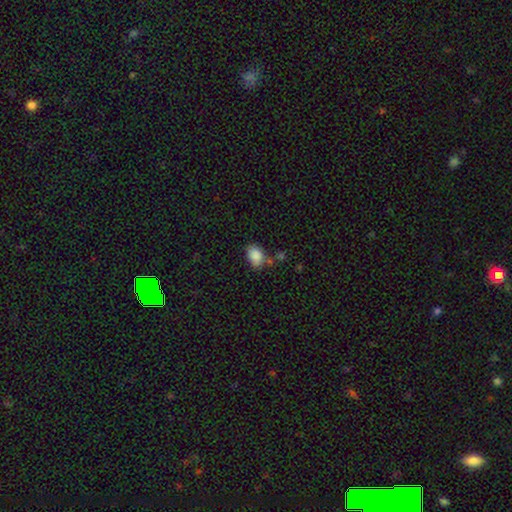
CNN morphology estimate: Smooth or featured: smooth — 87% (star or artifact — 8%)
How rounded: in between — 76% (round — 23%)
Merging: none — 64% (minor disturbance — 22%)